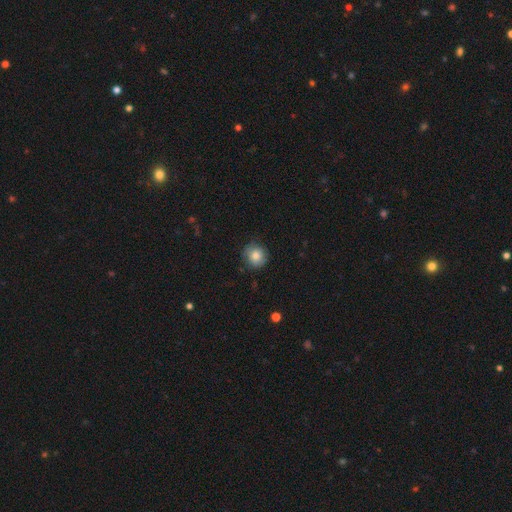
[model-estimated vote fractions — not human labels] Smooth or featured: smooth — 81% (featured or disk — 11%)
How rounded: round — 91% (in between — 8%)
Merging: none — 80% (minor disturbance — 15%)